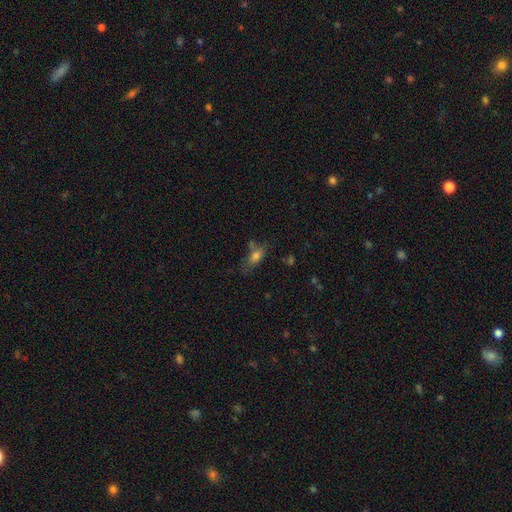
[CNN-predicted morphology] Smooth or featured? smooth (73%)
How rounded? in between (76%)
Merging? none (54%)